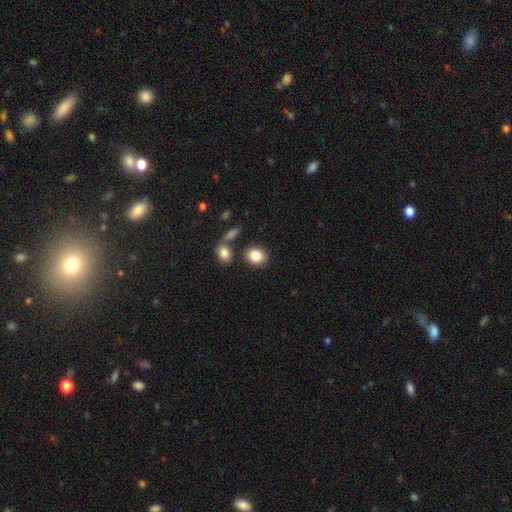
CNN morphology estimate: Smooth or featured? smooth (85%)
How rounded? round (54%)
Merging? none (76%)